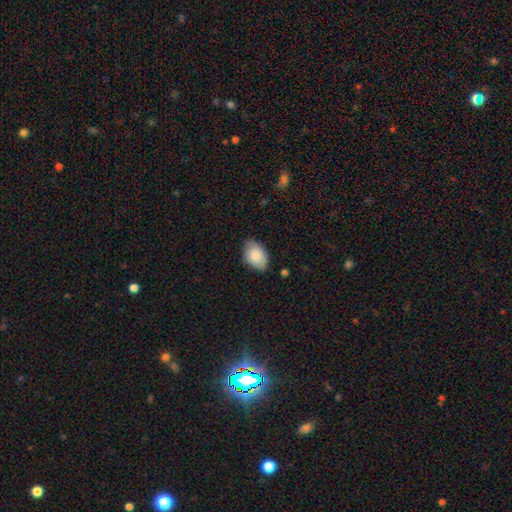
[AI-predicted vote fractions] Smooth or featured: smooth — 84% (featured or disk — 10%)
How rounded: in between — 89% (round — 10%)
Merging: none — 76% (minor disturbance — 20%)